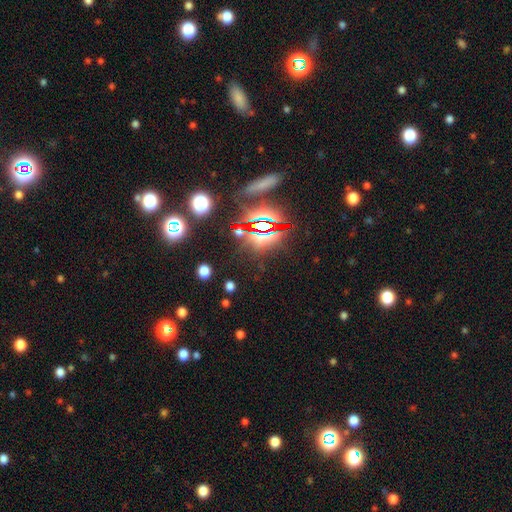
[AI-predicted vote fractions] A star or artifact, not a galaxy (80%).